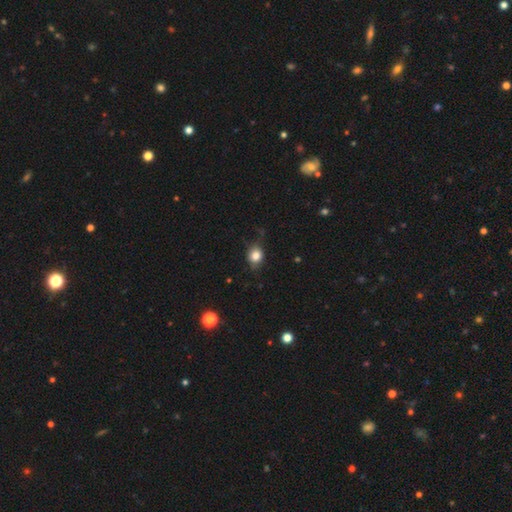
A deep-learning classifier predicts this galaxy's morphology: A smooth galaxy with no disk features (79%) that is round (61%).

Vote fractions:
- Smooth or featured? smooth: 79% / star or artifact: 10% / featured or disk: 10%
- How rounded? round: 61% / in between: 37% / cigar-shaped: 1%
- Merging? none: 71% / minor disturbance: 23% / major disturbance: 5% / merger: 2%